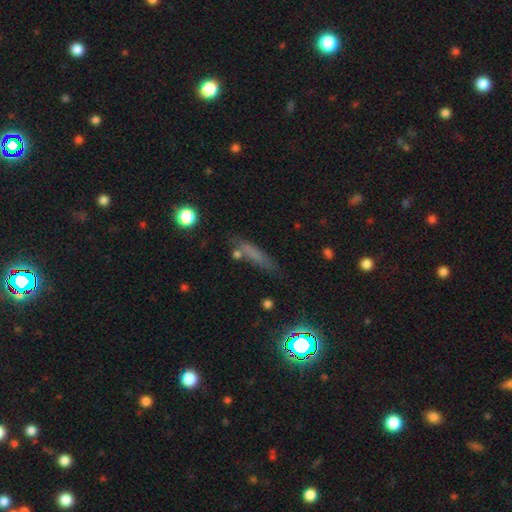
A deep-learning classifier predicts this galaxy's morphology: Smooth or featured?
  - smooth: 61% *
  - featured or disk: 20%
  - star or artifact: 19%
How rounded?
  - cigar-shaped: 79% *
  - in between: 16%
  - round: 5%
Merging?
  - none: 71% *
  - minor disturbance: 17%
  - merger: 7%
  - major disturbance: 6%